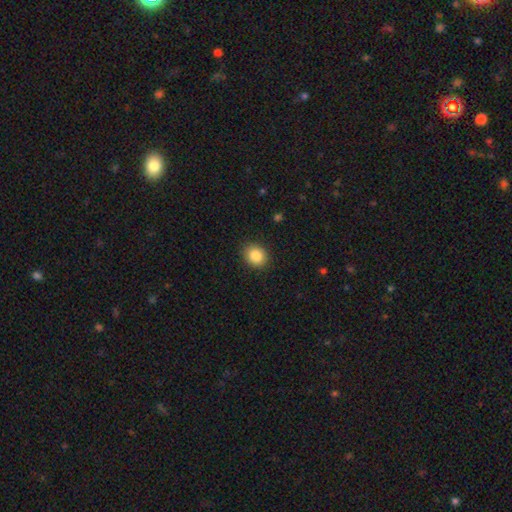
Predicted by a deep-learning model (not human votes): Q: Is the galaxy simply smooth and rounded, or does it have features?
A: smooth — 86%.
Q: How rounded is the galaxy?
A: round — 73%.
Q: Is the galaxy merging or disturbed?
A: none — 89%.